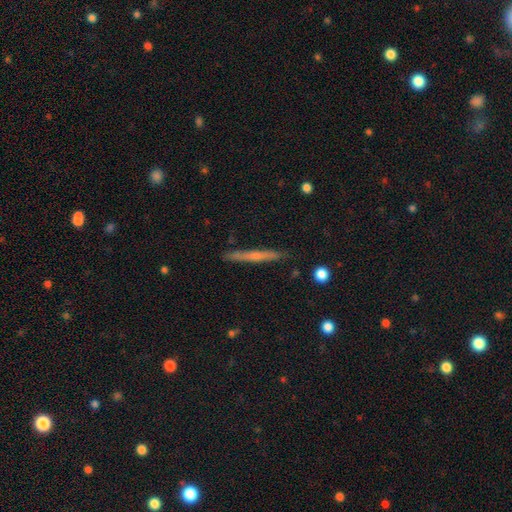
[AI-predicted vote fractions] featured or disk 56%, smooth 37%, star or artifact 6%. Down the decision tree: edge-on disk — yes (97%); edge-on bulge — none (55%); merging — none (90%).